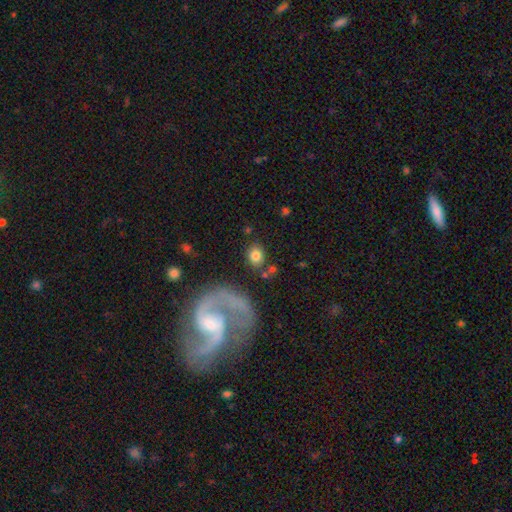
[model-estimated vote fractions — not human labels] Smooth or featured: smooth — 80% (featured or disk — 11%)
How rounded: in between — 50% (round — 49%)
Merging: none — 78% (minor disturbance — 11%)